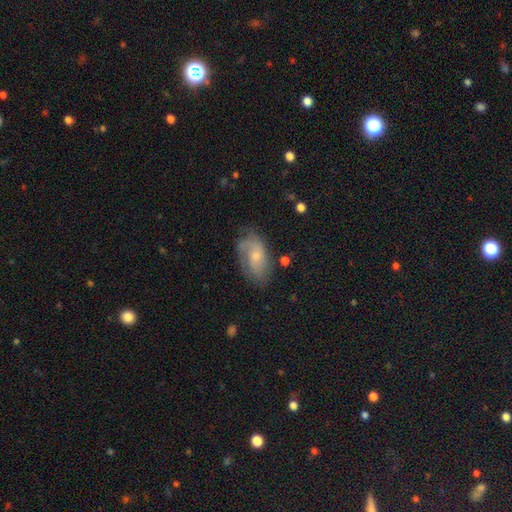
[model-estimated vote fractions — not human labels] Q: Smooth or featured?
A: featured or disk (57%); runner-up: smooth (35%)
Q: Edge-on disk?
A: no (95%); runner-up: yes (5%)
Q: Bar?
A: no (72%); runner-up: weak (25%)
Q: Spiral arms?
A: yes (83%); runner-up: no (17%)
Q: Bulge size?
A: small (58%); runner-up: moderate (35%)
Q: Merging?
A: none (62%); runner-up: minor disturbance (24%)